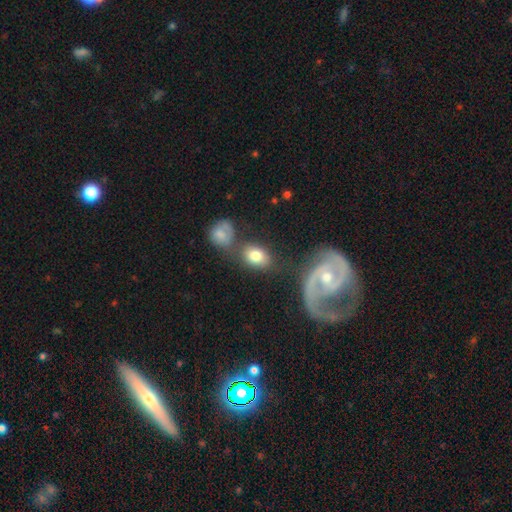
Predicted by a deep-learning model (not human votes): This appears to be a smooth galaxy with no disk features (75%) that is in between round and cigar-shaped (74%). Merging: none (58%).